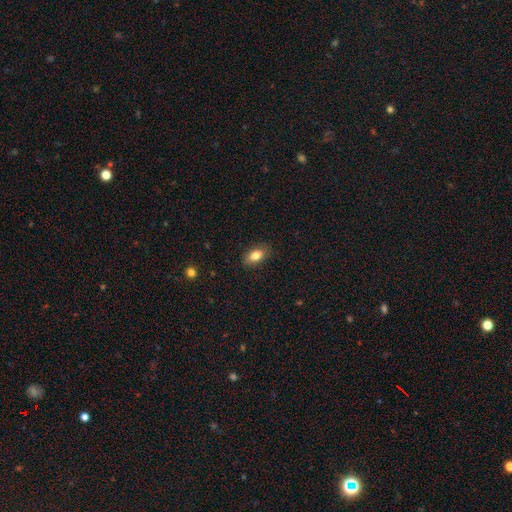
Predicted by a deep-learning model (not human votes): This is clearly a smooth galaxy (82%). How rounded: clearly in between (88%). Merging: clearly none (86%).